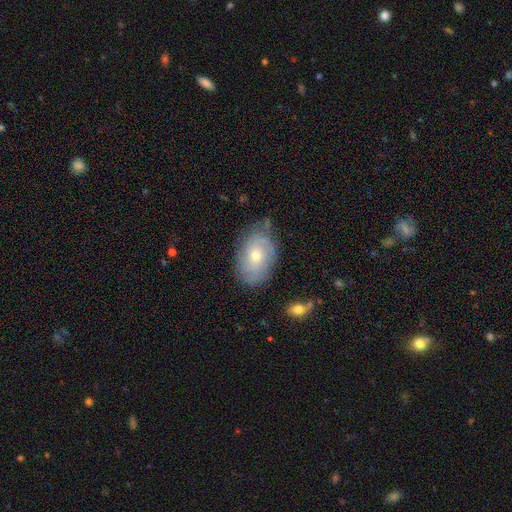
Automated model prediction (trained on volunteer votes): Smooth or featured: featured or disk — 54% (smooth — 38%)
Edge-on disk: no — 94% (yes — 6%)
Bar: no — 79% (weak — 18%)
Spiral arms: yes — 74% (no — 26%)
Bulge size: small — 50% (moderate — 47%)
Merging: none — 66% (minor disturbance — 25%)